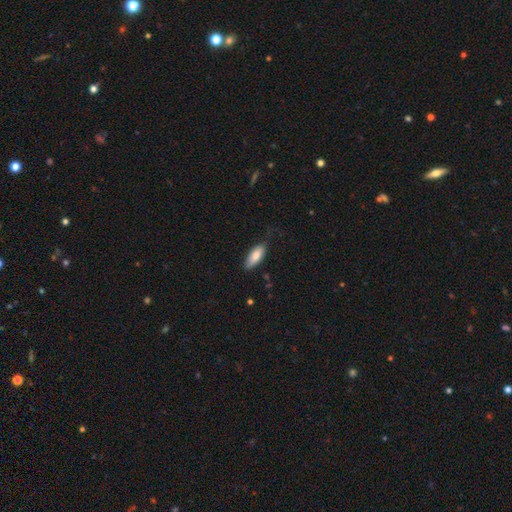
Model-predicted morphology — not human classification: Q: Smooth or featured?
A: smooth (80%); runner-up: featured or disk (14%)
Q: How rounded?
A: in between (77%); runner-up: cigar-shaped (22%)
Q: Merging?
A: none (73%); runner-up: minor disturbance (22%)